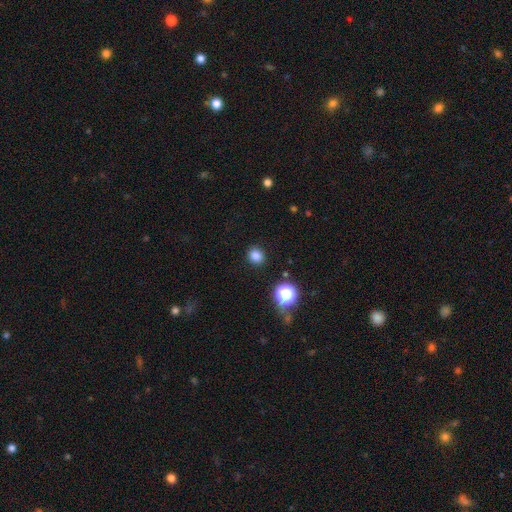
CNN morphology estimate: Smooth or featured?
  - smooth: 81% *
  - star or artifact: 15%
  - featured or disk: 4%
How rounded?
  - round: 79% *
  - in between: 20%
  - cigar-shaped: 1%
Merging?
  - none: 89% *
  - minor disturbance: 7%
  - major disturbance: 2%
  - merger: 2%